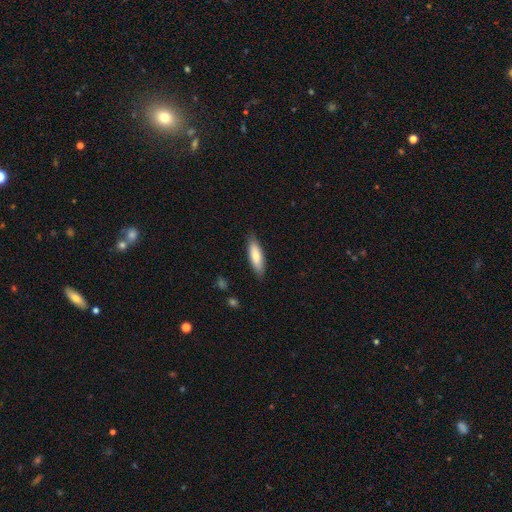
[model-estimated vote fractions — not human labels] Smooth or featured? smooth (76%)
How rounded? in between (50%)
Merging? none (84%)